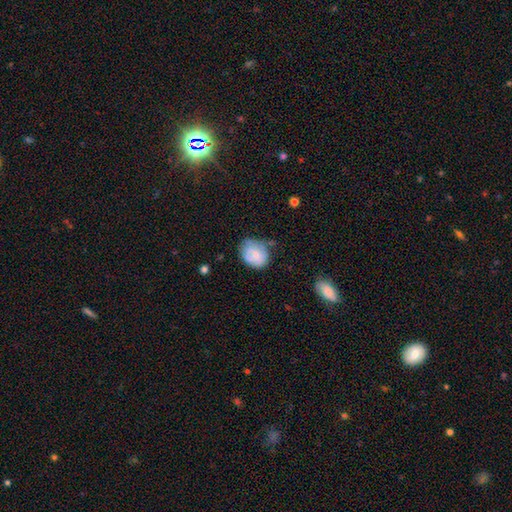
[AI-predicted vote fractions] This is likely a smooth galaxy (60%). How rounded: possibly round (58%). Merging: possibly none (52%).